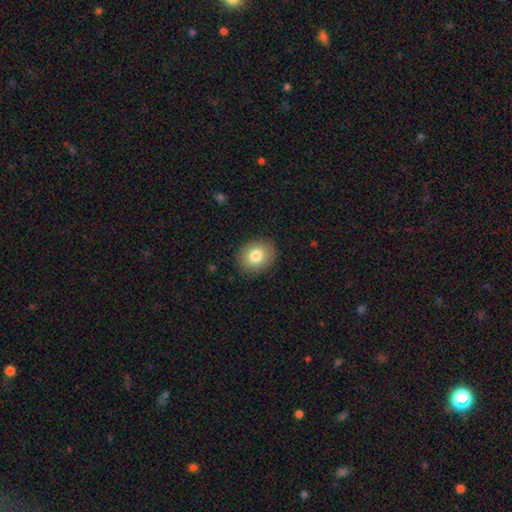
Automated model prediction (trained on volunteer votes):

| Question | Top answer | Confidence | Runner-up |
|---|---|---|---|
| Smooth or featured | smooth | 81% | featured or disk (11%) |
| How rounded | round | 52% | in between (47%) |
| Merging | none | 89% | minor disturbance (8%) |